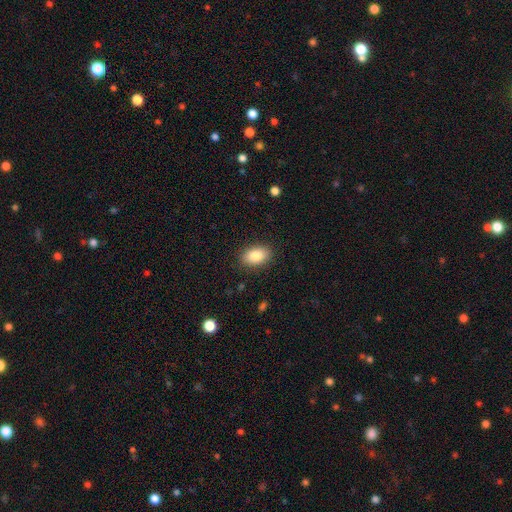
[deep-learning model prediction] smooth-or-featured: smooth: 85% | featured or disk: 8% | star or artifact: 7%
  how-rounded: in between: 88% | round: 10% | cigar-shaped: 1%
  merging: none: 88% | minor disturbance: 9% | major disturbance: 2% | merger: 1%